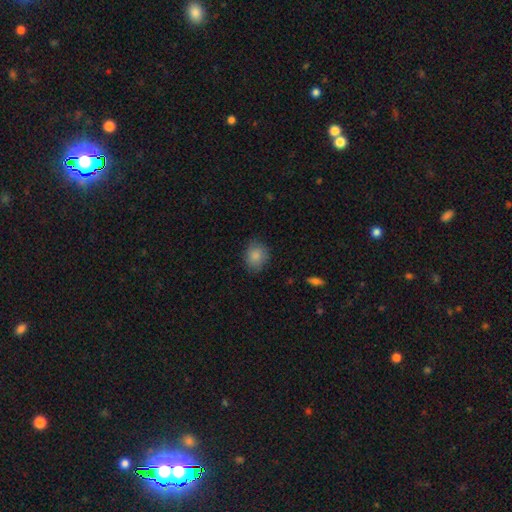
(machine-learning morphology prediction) smooth 86%, star or artifact 8%, featured or disk 7%. Down the decision tree: how rounded — round (57%); merging — none (81%).